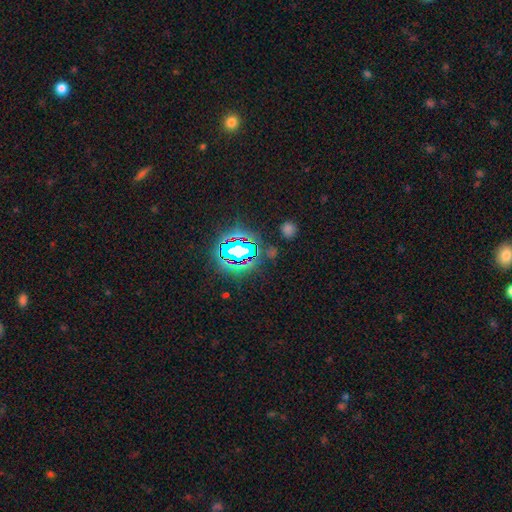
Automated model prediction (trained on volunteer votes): Smooth or featured? Predicted: star or artifact (p=0.81).